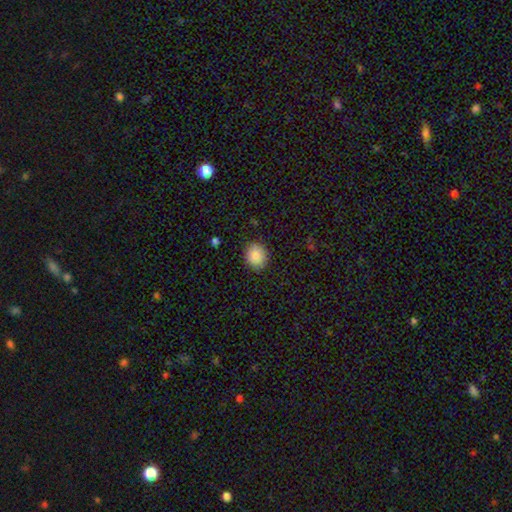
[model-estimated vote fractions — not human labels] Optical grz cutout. It shows a smooth galaxy with no disk features (88%) that is round (68%). Merging: none (88%).